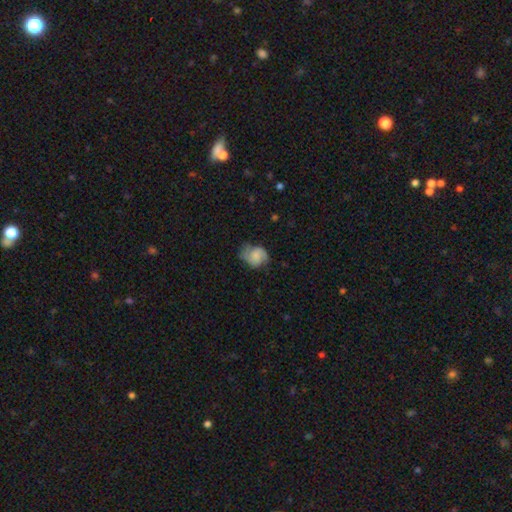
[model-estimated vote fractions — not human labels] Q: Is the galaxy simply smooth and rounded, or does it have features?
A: smooth — 49%.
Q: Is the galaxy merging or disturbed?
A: none — 57%.